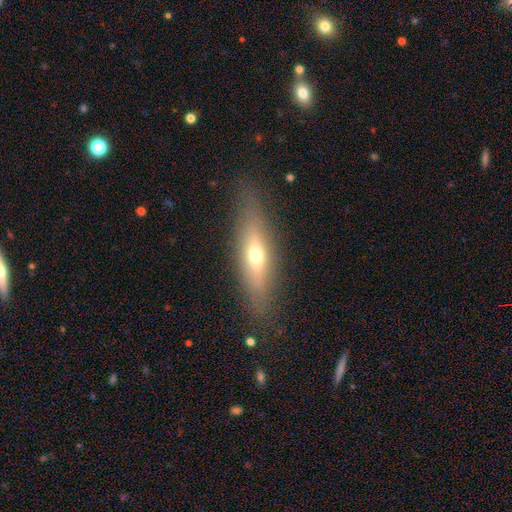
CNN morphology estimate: Smooth or featured?
  - smooth: 47% *
  - featured or disk: 45%
  - star or artifact: 8%
Merging?
  - none: 85% *
  - minor disturbance: 10%
  - major disturbance: 4%
  - merger: 1%